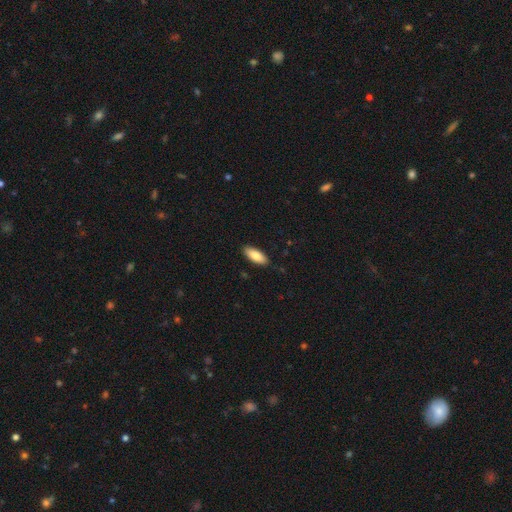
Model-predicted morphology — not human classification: smooth_or_featured: smooth (p=0.84) [alt: featured or disk p=0.10]
how_rounded: in between (p=0.81) [alt: cigar-shaped p=0.17]
merging: none (p=0.88) [alt: minor disturbance p=0.09]